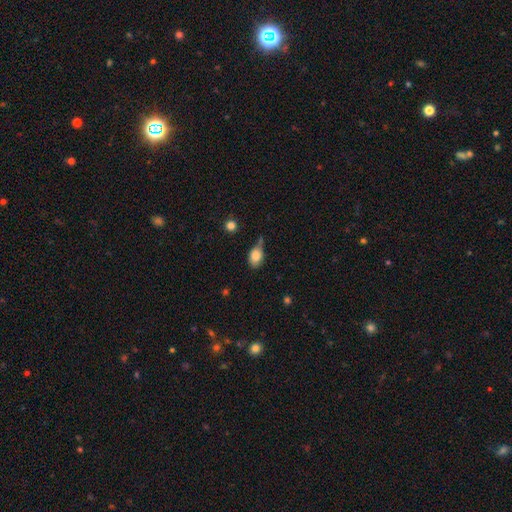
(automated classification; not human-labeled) Smooth or featured: smooth — 83% (featured or disk — 9%)
How rounded: in between — 83% (round — 15%)
Merging: none — 48% (minor disturbance — 34%)